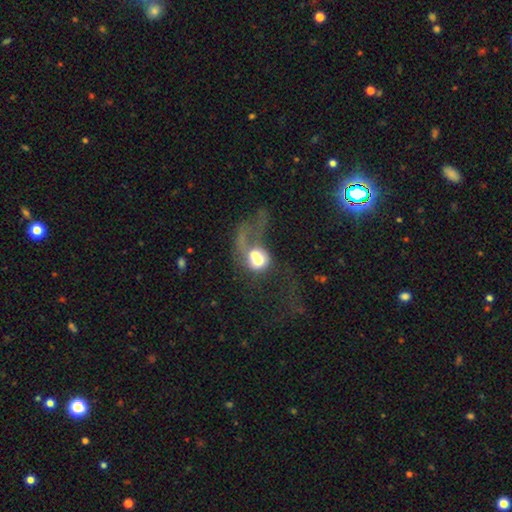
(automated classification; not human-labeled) Q: Smooth or featured?
A: smooth (51%); runner-up: featured or disk (38%)
Q: How rounded?
A: round (56%); runner-up: in between (43%)
Q: Merging?
A: merger (41%); runner-up: major disturbance (40%)